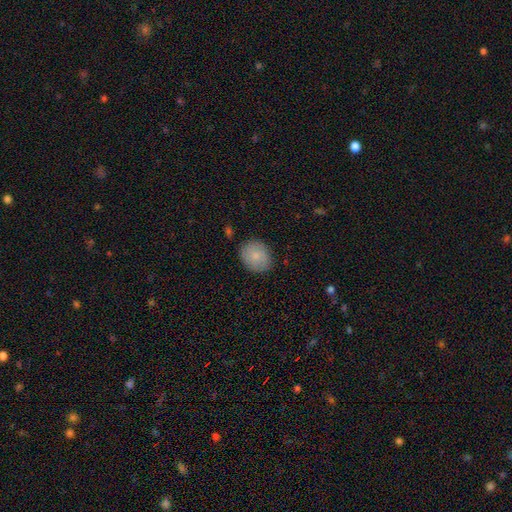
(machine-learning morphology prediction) Smooth or featured? smooth (82%)
How rounded? round (62%)
Merging? none (84%)